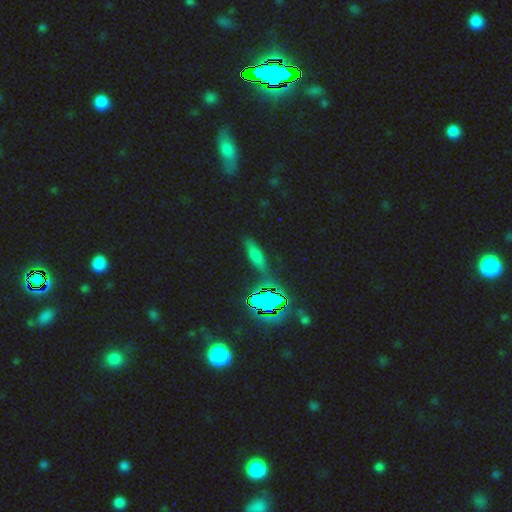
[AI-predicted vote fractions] A smooth galaxy with no disk features (46%).

Vote fractions:
- Smooth or featured? smooth: 46% / star or artifact: 36% / featured or disk: 18%
- Merging? none: 79% / minor disturbance: 13% / major disturbance: 5% / merger: 4%